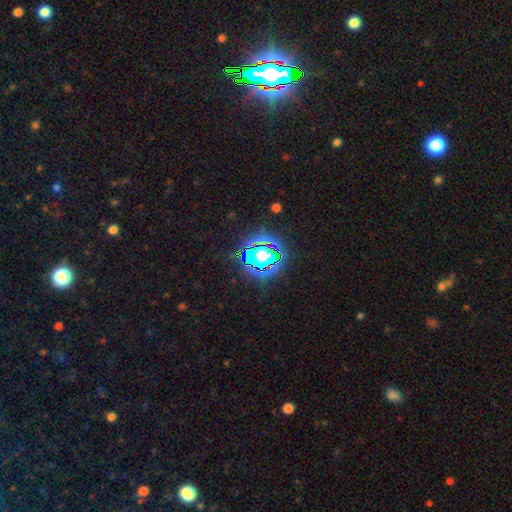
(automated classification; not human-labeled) Smooth or featured? Predicted: star or artifact (p=0.81).